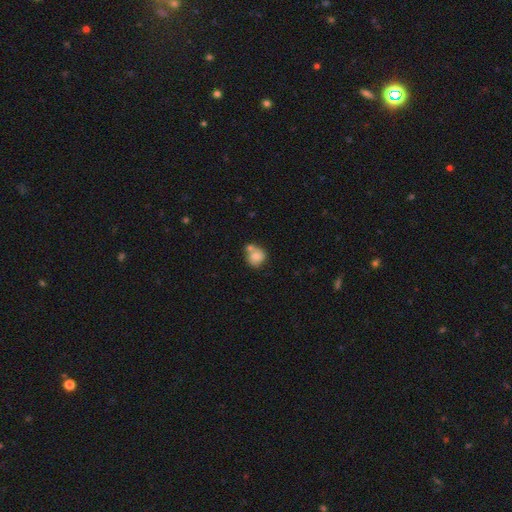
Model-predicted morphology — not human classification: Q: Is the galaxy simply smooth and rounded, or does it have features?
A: smooth — 80%.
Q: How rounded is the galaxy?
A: round — 81%.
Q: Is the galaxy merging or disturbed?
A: none — 45%.